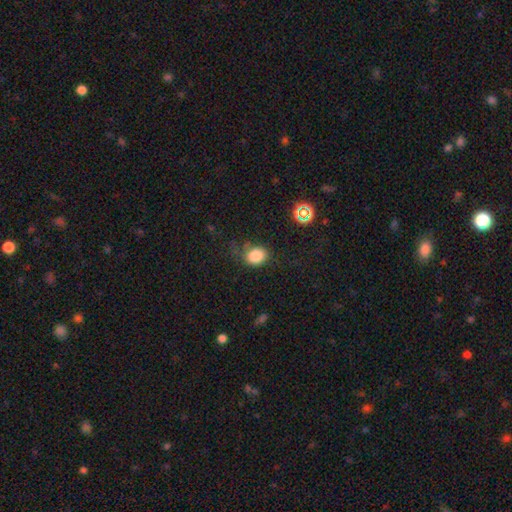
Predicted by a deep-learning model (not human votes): Smooth or featured? smooth (82%)
How rounded? round (53%)
Merging? none (60%)